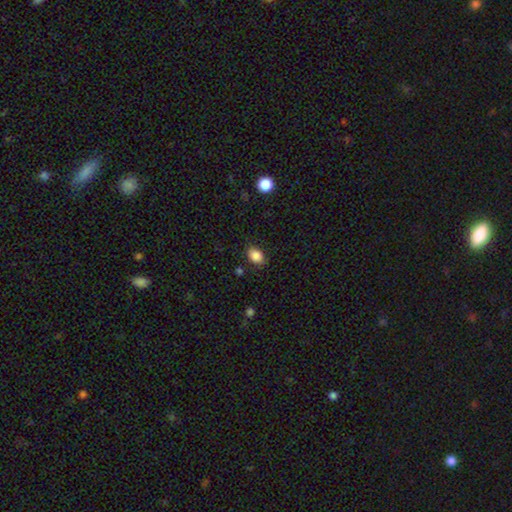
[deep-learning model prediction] Smooth or featured? Predicted: smooth (p=0.87). How rounded? Predicted: in between (p=0.70). Merging? Predicted: none (p=0.82).